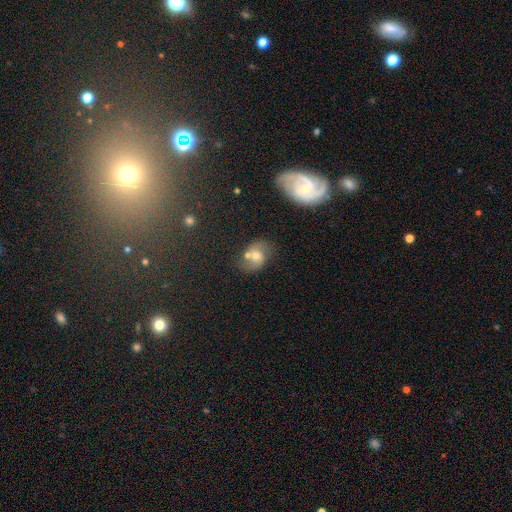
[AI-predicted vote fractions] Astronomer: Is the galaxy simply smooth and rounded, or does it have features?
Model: smooth — 53% (runner-up: featured or disk, 34%).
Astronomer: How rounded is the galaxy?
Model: in between — 60% (runner-up: round, 38%).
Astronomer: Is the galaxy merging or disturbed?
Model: none — 50% (runner-up: merger, 26%).